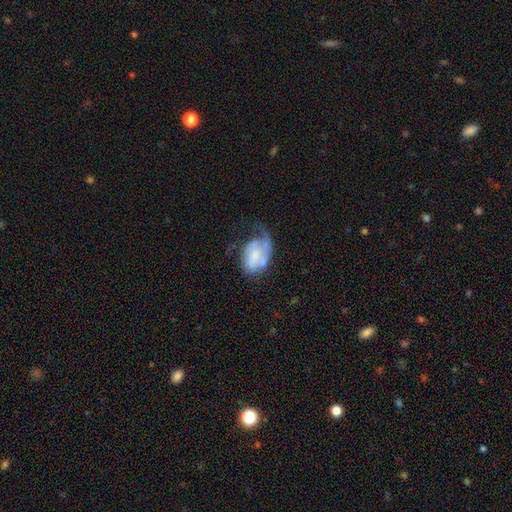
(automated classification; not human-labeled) featured or disk 58%, smooth 35%, star or artifact 7%. Down the decision tree: edge-on disk — no (97%); bar — no (58%); spiral arms — yes (72%); bulge size — small (38%); merging — major disturbance (43%).